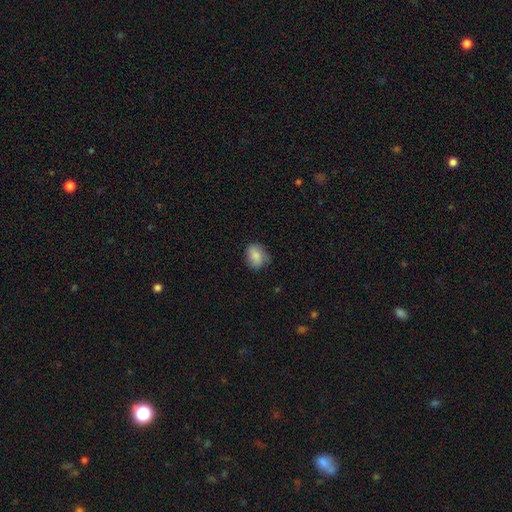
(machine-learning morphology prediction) Smooth or featured? smooth (83%)
How rounded? in between (51%)
Merging? none (68%)